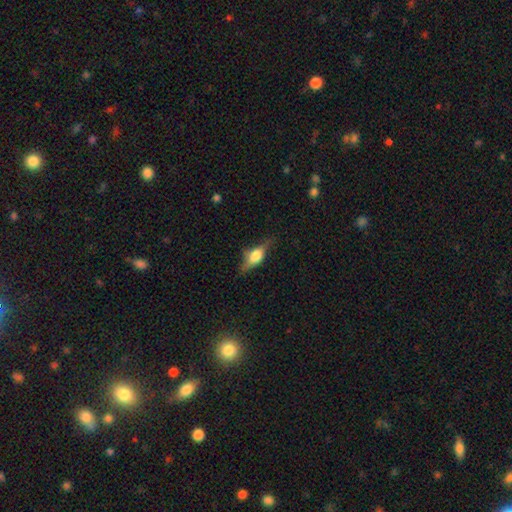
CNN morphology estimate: smooth-or-featured: smooth: 54% | featured or disk: 38% | star or artifact: 8%
  how-rounded: in between: 70% | cigar-shaped: 24% | round: 6%
  merging: none: 61% | minor disturbance: 27% | major disturbance: 10% | merger: 2%